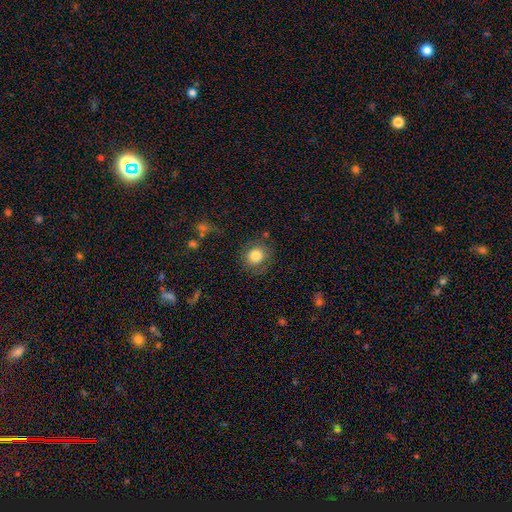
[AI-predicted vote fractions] Overall: smooth (80%). How rounded: round (82%). Merging: none (79%).